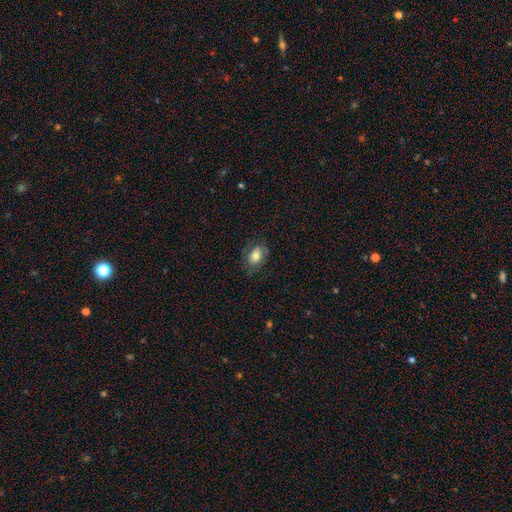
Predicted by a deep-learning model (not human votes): smooth_or_featured: smooth (p=0.72) [alt: featured or disk p=0.19]
how_rounded: in between (p=0.78) [alt: round p=0.21]
merging: none (p=0.70) [alt: minor disturbance p=0.21]